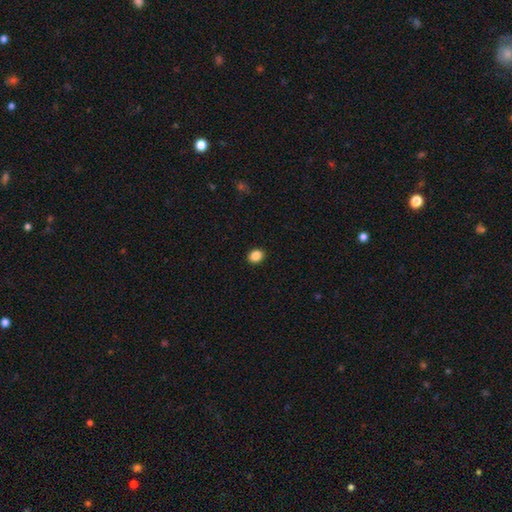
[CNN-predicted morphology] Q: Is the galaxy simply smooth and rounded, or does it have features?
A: smooth — 87%.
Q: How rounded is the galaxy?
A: round — 54%.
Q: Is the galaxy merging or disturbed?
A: none — 92%.